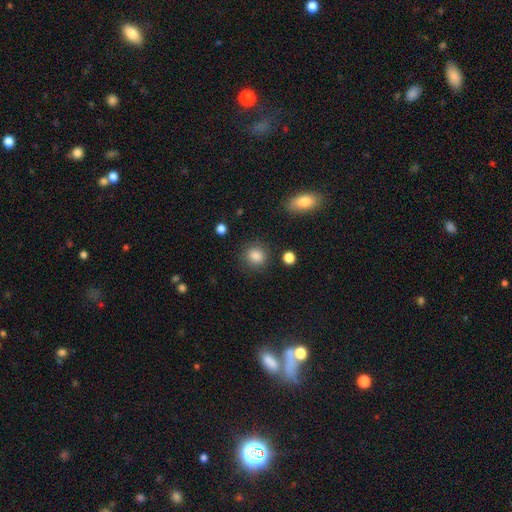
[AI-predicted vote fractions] Smooth or featured?
  - smooth: 86% *
  - star or artifact: 9%
  - featured or disk: 4%
How rounded?
  - round: 82% *
  - in between: 17%
  - cigar-shaped: 1%
Merging?
  - none: 86% *
  - minor disturbance: 9%
  - major disturbance: 3%
  - merger: 2%